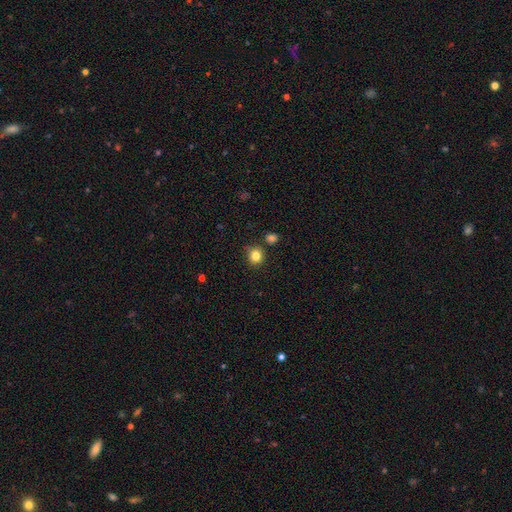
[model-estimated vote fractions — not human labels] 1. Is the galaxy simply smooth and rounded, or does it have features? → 83% smooth, 12% star or artifact, 5% featured or disk.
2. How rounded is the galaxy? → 87% round, 12% in between, 1% cigar-shaped.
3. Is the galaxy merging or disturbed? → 82% none, 11% minor disturbance, 5% merger, 3% major disturbance.